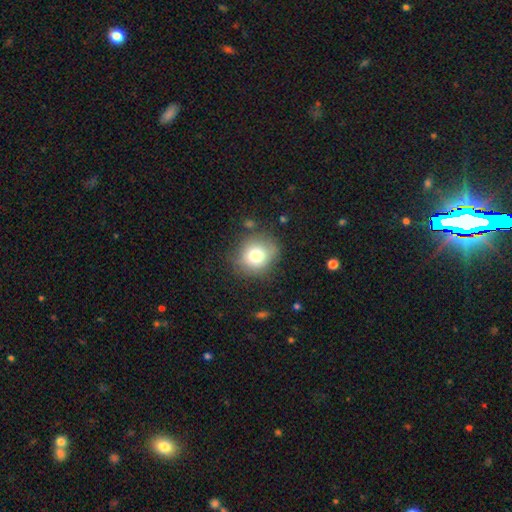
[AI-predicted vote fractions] smooth_or_featured: smooth (p=0.76) [alt: featured or disk p=0.13]
how_rounded: round (p=0.85) [alt: in between p=0.14]
merging: none (p=0.79) [alt: minor disturbance p=0.14]